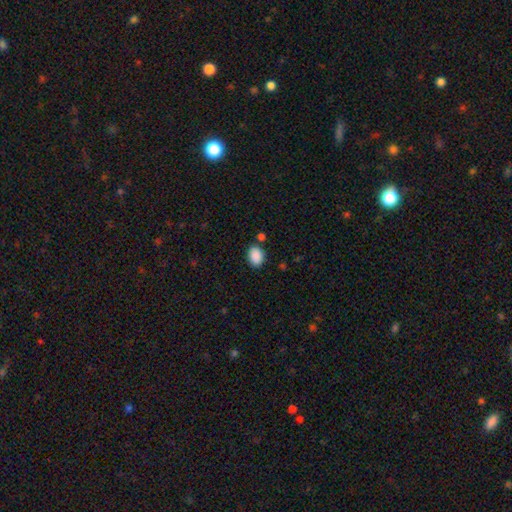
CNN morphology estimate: A smooth galaxy with no disk features (89%) that is in between round and cigar-shaped (74%).

Vote fractions:
- Smooth or featured? smooth: 89% / star or artifact: 8% / featured or disk: 3%
- How rounded? in between: 74% / round: 25% / cigar-shaped: 1%
- Merging? none: 79% / minor disturbance: 12% / merger: 6% / major disturbance: 3%